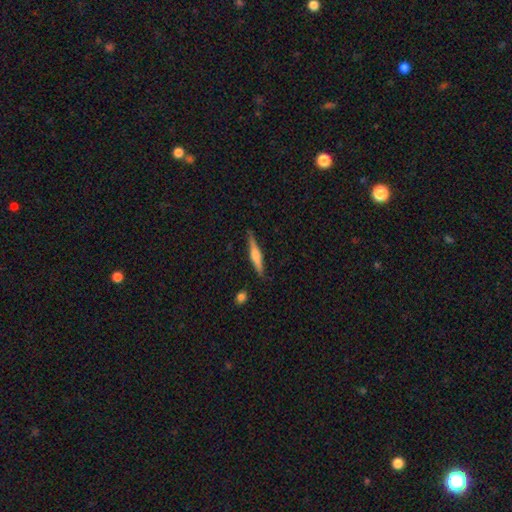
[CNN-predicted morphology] Smooth or featured? Predicted: featured or disk (p=0.51). Edge-on disk? Predicted: yes (p=0.97). Merging? Predicted: none (p=0.86).